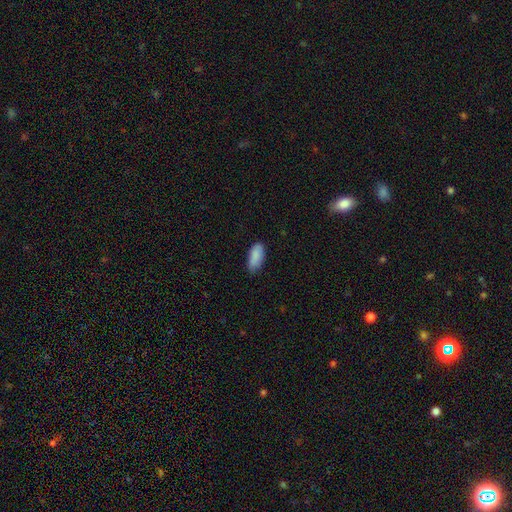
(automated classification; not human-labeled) Smooth or featured? smooth (89%)
How rounded? in between (89%)
Merging? none (76%)